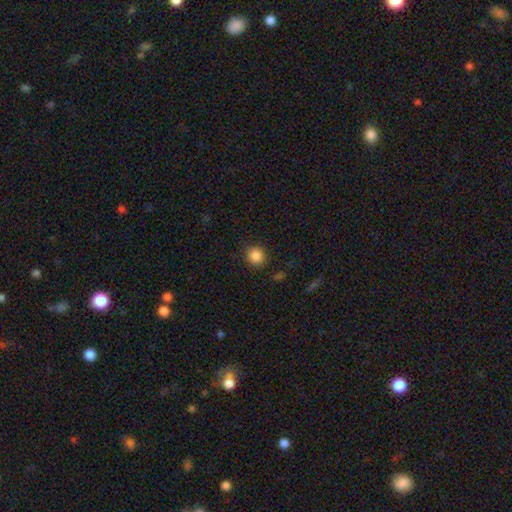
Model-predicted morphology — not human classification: smooth_or_featured: smooth (p=0.86) [alt: star or artifact p=0.10]
how_rounded: round (p=0.86) [alt: in between p=0.13]
merging: none (p=0.88) [alt: minor disturbance p=0.08]